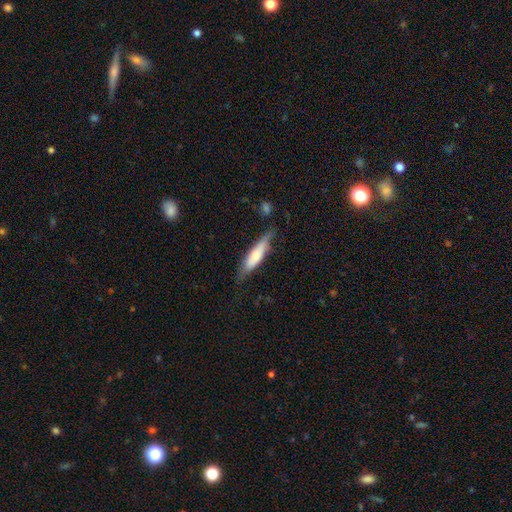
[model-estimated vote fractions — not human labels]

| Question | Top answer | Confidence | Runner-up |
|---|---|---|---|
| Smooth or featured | smooth | 66% | featured or disk (29%) |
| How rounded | cigar-shaped | 69% | in between (29%) |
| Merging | none | 65% | minor disturbance (26%) |